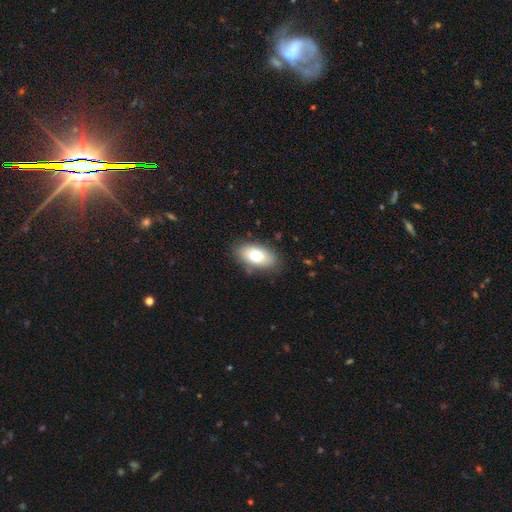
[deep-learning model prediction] Smooth or featured: smooth — 75% (featured or disk — 17%)
How rounded: in between — 92% (round — 5%)
Merging: none — 82% (minor disturbance — 13%)